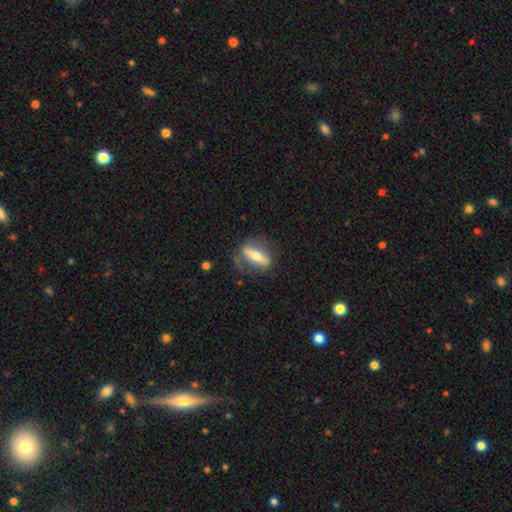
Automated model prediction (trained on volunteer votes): This appears to be a featured or disk galaxy (61%) viewed edge-on (53%). Merging: none (67%).